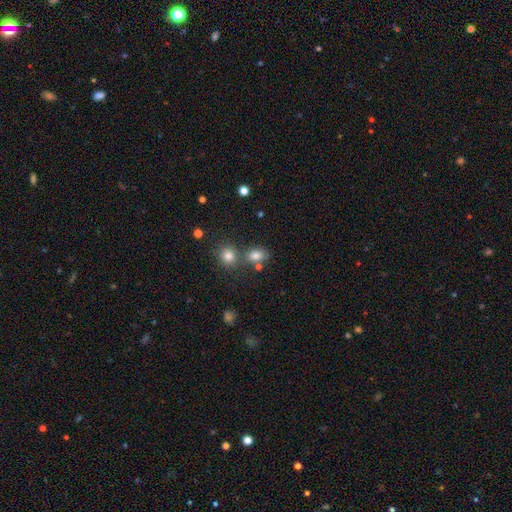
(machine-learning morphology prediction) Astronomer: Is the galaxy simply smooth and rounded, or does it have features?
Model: smooth — 79%.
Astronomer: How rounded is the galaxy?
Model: in between — 67%.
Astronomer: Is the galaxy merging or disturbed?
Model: none — 59%.